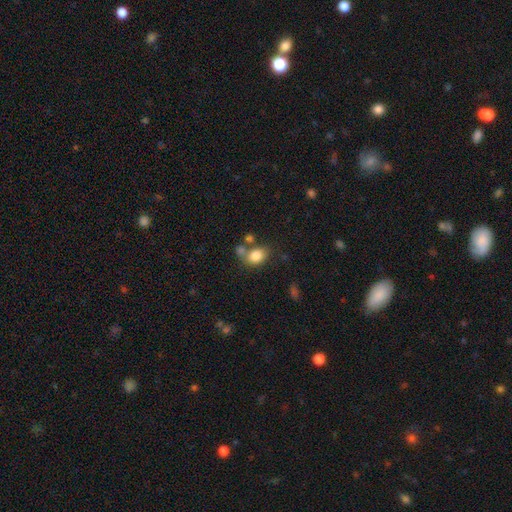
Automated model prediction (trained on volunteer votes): A smooth galaxy with no disk features (81%) that is in between round and cigar-shaped (60%).

Vote fractions:
- Smooth or featured? smooth: 81% / star or artifact: 10% / featured or disk: 9%
- How rounded? in between: 60% / round: 39% / cigar-shaped: 1%
- Merging? none: 50% / merger: 28% / minor disturbance: 15% / major disturbance: 7%